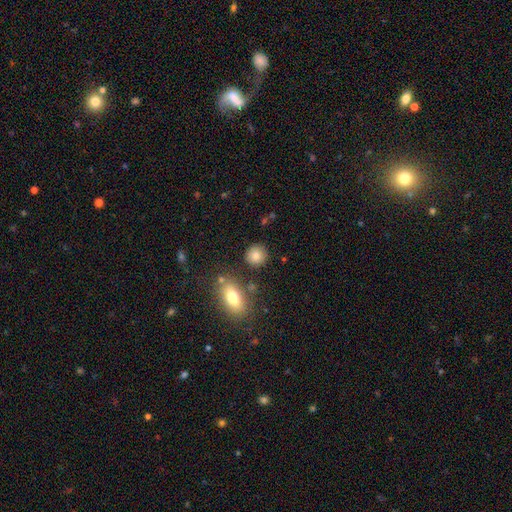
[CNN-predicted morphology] smooth-or-featured: smooth: 83% | star or artifact: 9% | featured or disk: 8%
  how-rounded: round: 88% | in between: 11% | cigar-shaped: 1%
  merging: none: 85% | minor disturbance: 8% | merger: 4% | major disturbance: 3%